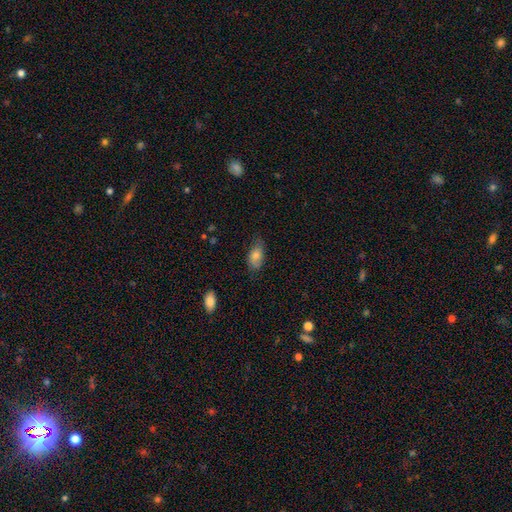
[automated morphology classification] Smooth or featured?
  - smooth: 80% *
  - featured or disk: 12%
  - star or artifact: 8%
How rounded?
  - in between: 90% *
  - cigar-shaped: 5%
  - round: 5%
Merging?
  - none: 69% *
  - minor disturbance: 25%
  - major disturbance: 5%
  - merger: 1%